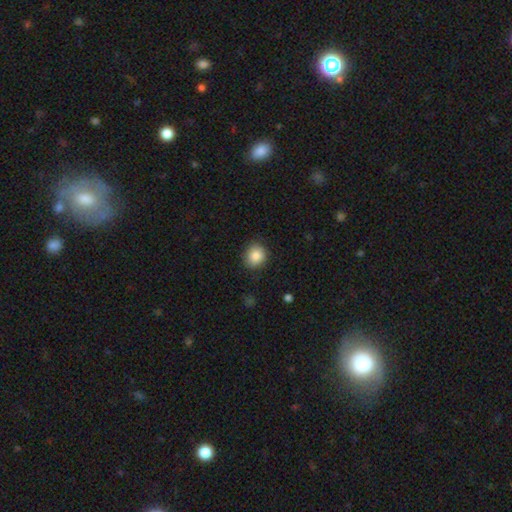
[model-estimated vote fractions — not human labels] smooth_or_featured: smooth (p=0.87) [alt: star or artifact p=0.09]
how_rounded: round (p=0.80) [alt: in between p=0.19]
merging: none (p=0.86) [alt: minor disturbance p=0.11]